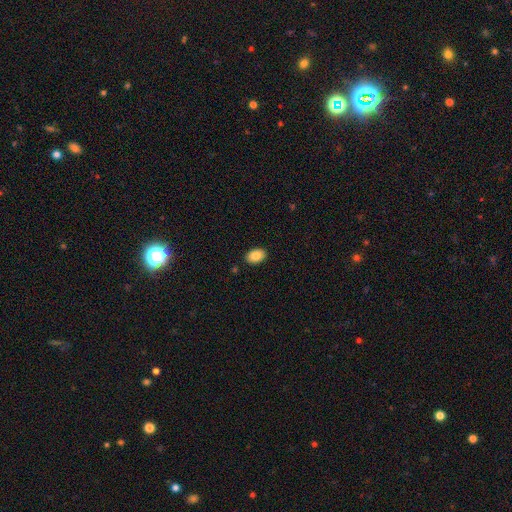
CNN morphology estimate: This is clearly a smooth galaxy (87%). How rounded: clearly in between (88%). Merging: clearly none (89%).